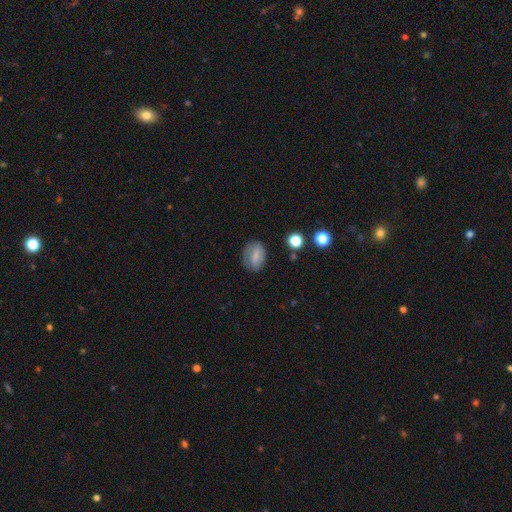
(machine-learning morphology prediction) Smooth or featured? smooth (63%)
How rounded? in between (75%)
Merging? none (71%)